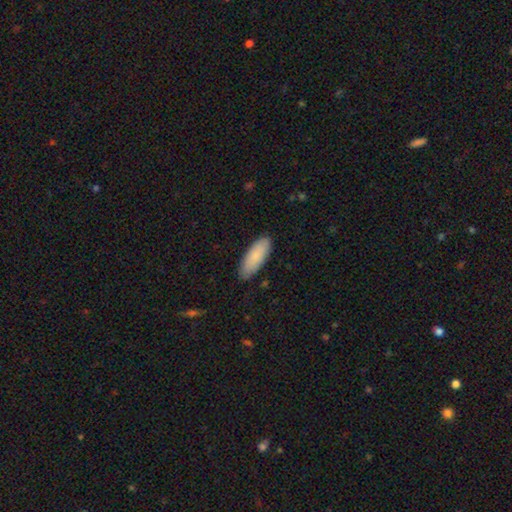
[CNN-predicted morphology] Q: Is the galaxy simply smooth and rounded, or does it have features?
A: smooth — 85%.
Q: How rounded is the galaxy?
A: in between — 74%.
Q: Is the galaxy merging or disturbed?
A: none — 84%.